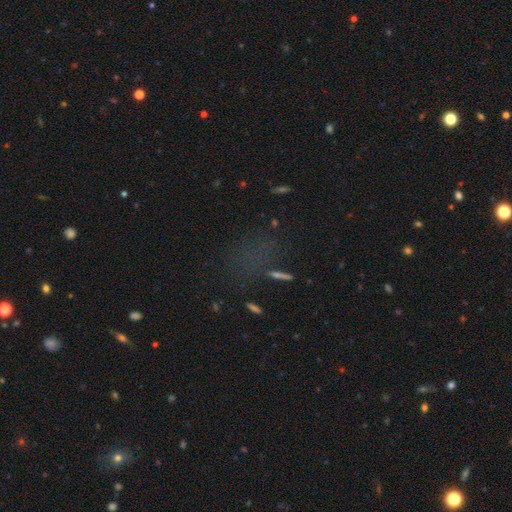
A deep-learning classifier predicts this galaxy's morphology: Smooth or featured? Predicted: star or artifact (p=0.54).